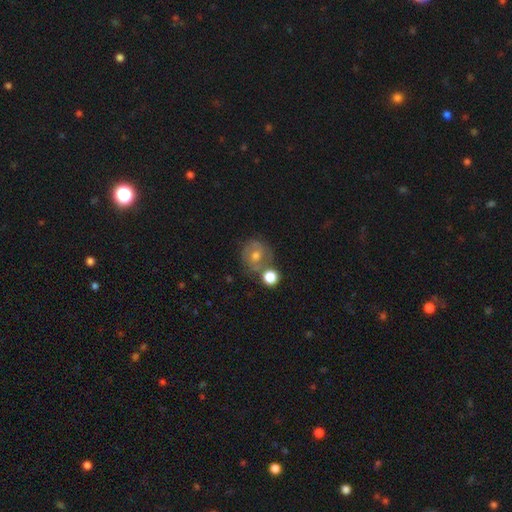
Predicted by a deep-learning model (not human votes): A smooth galaxy with no disk features (47%).

Vote fractions:
- Smooth or featured? smooth: 47% / featured or disk: 37% / star or artifact: 16%
- Merging? none: 58% / merger: 21% / minor disturbance: 15% / major disturbance: 6%